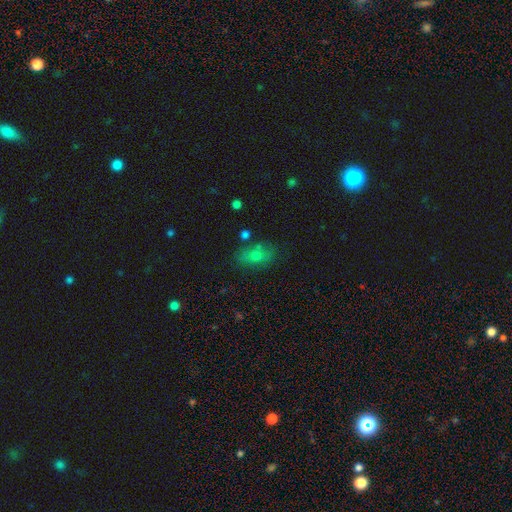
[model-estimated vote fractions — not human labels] This is likely a smooth galaxy (65%). How rounded: likely in between (79%). Merging: likely none (71%).